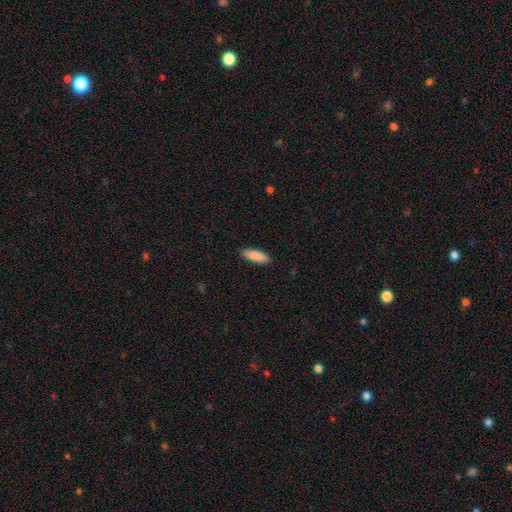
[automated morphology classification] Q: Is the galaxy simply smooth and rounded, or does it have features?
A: smooth — 89%.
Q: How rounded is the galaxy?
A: in between — 59%.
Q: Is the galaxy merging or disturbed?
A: none — 90%.